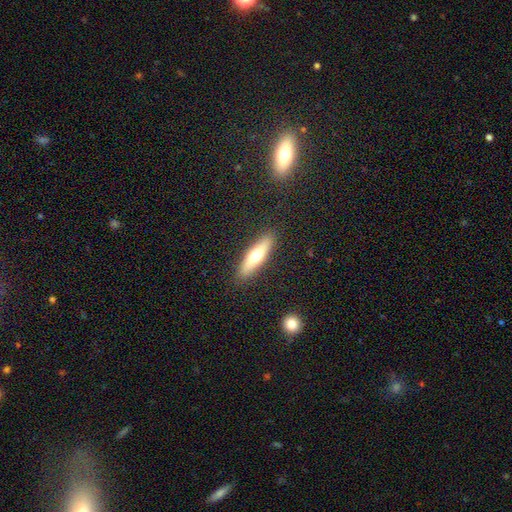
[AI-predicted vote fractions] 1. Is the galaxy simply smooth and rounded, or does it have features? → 56% smooth, 38% featured or disk, 6% star or artifact.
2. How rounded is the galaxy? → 72% cigar-shaped, 26% in between, 2% round.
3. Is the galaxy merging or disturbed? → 89% none, 8% minor disturbance, 2% major disturbance, 1% merger.